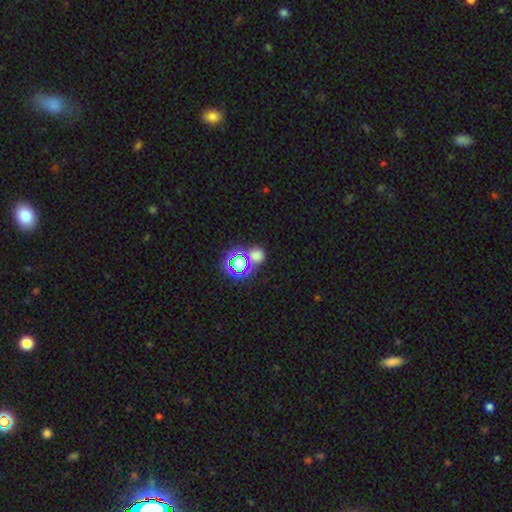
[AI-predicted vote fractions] Smooth or featured? smooth (58%)
How rounded? round (80%)
Merging? none (64%)